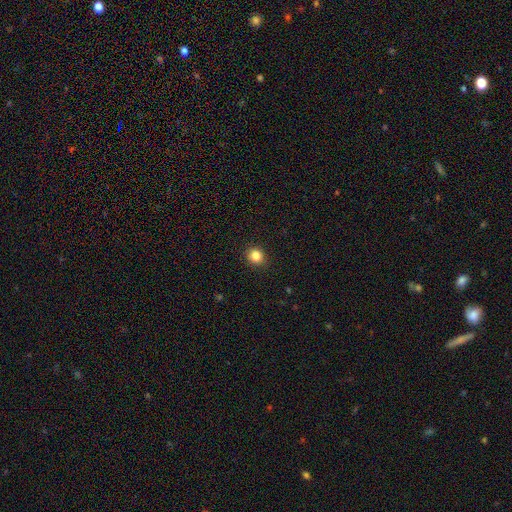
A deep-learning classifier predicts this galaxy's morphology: This is clearly a smooth galaxy (84%). How rounded: likely round (79%). Merging: clearly none (91%).